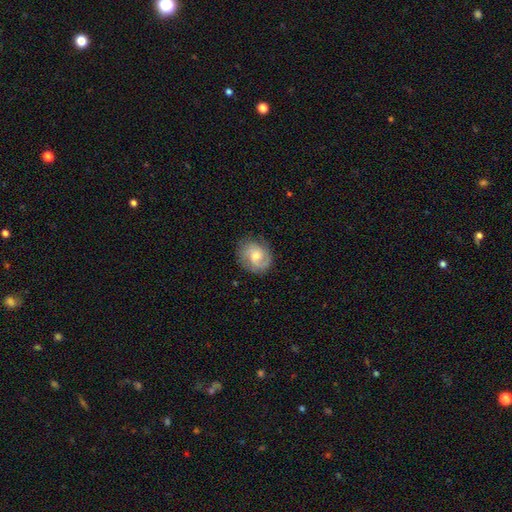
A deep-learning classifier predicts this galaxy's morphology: type=featured or disk (63%); edge-on=no (97%); bar=no (58%); spiral arms=yes (89%); winding=tight (44%); arm count=2 (61%); bulge=moderate (59%); merging=none (78%).